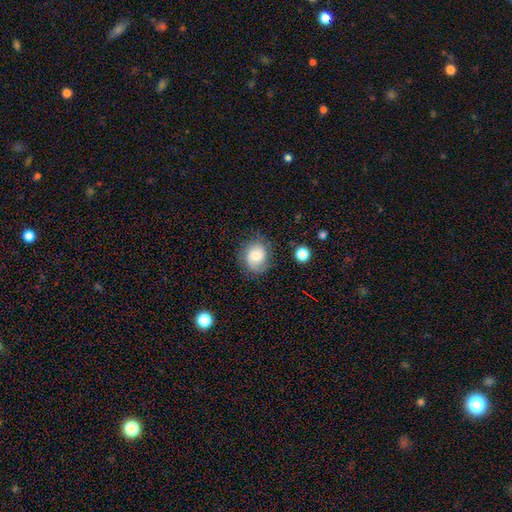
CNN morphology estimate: Overall: smooth (55%; featured or disk 36%). How rounded: round (72%). Merging: none (72%).